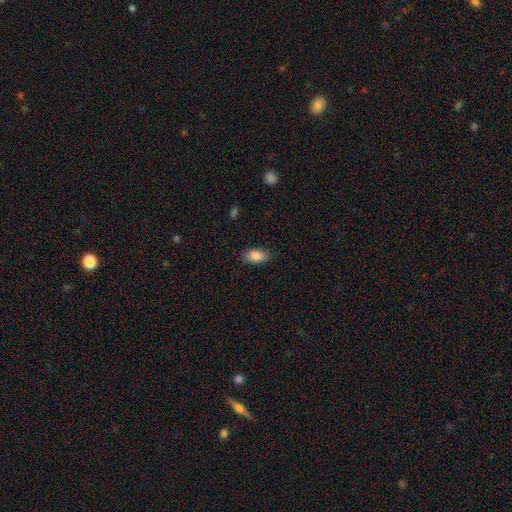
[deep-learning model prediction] A smooth galaxy with no disk features (87%) that is in between round and cigar-shaped (91%).

Vote fractions:
- Smooth or featured? smooth: 87% / star or artifact: 7% / featured or disk: 6%
- How rounded? in between: 91% / cigar-shaped: 6% / round: 4%
- Merging? none: 87% / minor disturbance: 10% / major disturbance: 2% / merger: 1%